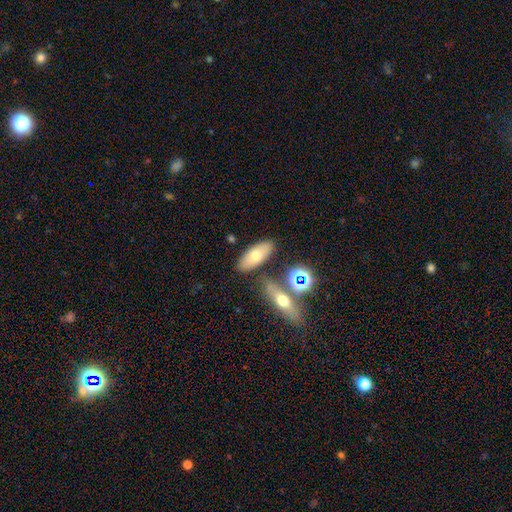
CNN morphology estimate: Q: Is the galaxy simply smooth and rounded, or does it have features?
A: smooth — 66%.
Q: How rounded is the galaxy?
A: in between — 81%.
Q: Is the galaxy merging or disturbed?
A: none — 78%.